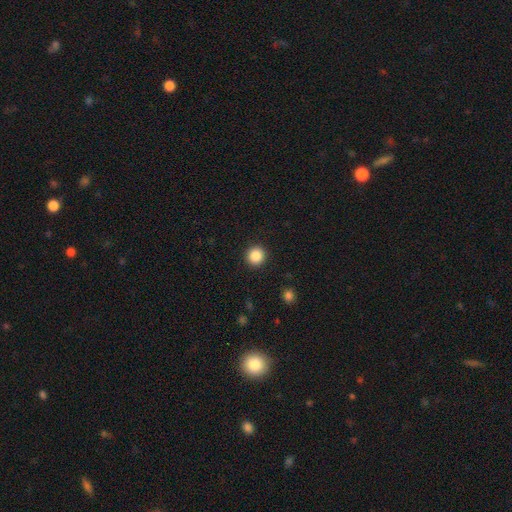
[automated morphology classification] smooth 87%, star or artifact 10%, featured or disk 4%. Down the decision tree: how rounded — round (94%); merging — none (92%).